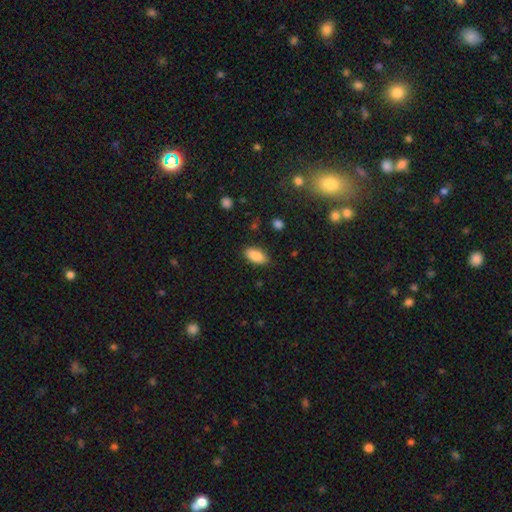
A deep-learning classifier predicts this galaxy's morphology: type=smooth (87%); roundness=in between (91%); merging=none (85%).